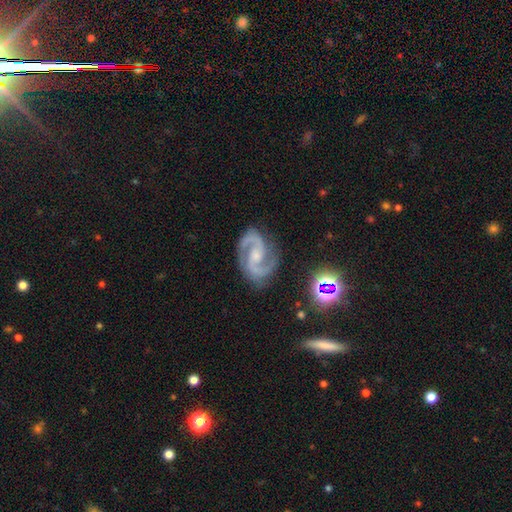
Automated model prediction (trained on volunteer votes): smooth-or-featured: featured or disk: 91% | star or artifact: 5% | smooth: 3%
  disk-edge-on: no: 98% | yes: 2%
    bar: no: 45% | weak: 40% | strong: 15%
    has-spiral-arms: yes: 98% | no: 2%
      spiral-winding: medium: 64% | tight: 24% | loose: 13%
      spiral-arm-count: 2: 94% | 3: 2% | can't tell: 2% | 1: 1% | 4: 1% | more than 4: 1%
    bulge-size: small: 45% | moderate: 38% | none: 13% | large: 3% | dominant: 1%
  merging: none: 81% | minor disturbance: 13% | major disturbance: 4% | merger: 2%